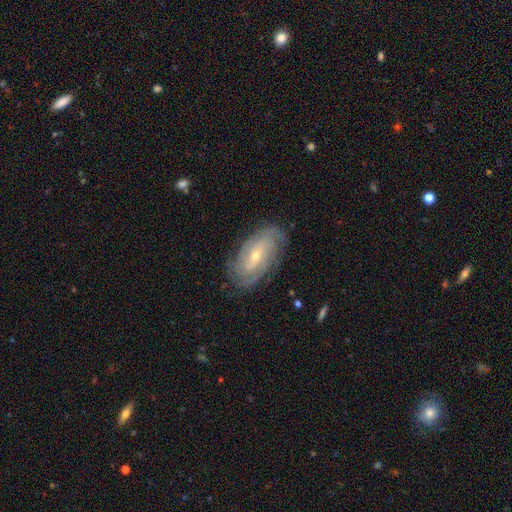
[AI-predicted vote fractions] Smooth or featured?
  - featured or disk: 84% *
  - smooth: 10%
  - star or artifact: 6%
Edge-on disk?
  - no: 94% *
  - yes: 6%
Bar?
  - no: 46% *
  - weak: 38%
  - strong: 16%
Spiral arms?
  - yes: 95% *
  - no: 5%
Spiral winding?
  - tight: 69% *
  - medium: 25%
  - loose: 6%
Spiral arm count?
  - can't tell: 31% *
  - 2: 22%
  - 3: 21%
  - 4: 15%
  - more than 4: 6%
  - 1: 5%
Bulge size?
  - small: 66% *
  - moderate: 31%
  - large: 1%
  - none: 1%
  - dominant: 1%
Merging?
  - none: 81% *
  - minor disturbance: 14%
  - major disturbance: 4%
  - merger: 1%